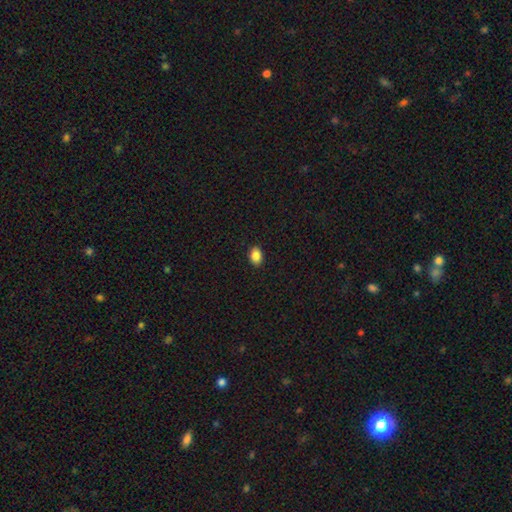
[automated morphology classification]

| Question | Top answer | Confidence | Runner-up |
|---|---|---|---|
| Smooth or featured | smooth | 86% | star or artifact (9%) |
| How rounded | in between | 78% | round (21%) |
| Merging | none | 90% | minor disturbance (7%) |